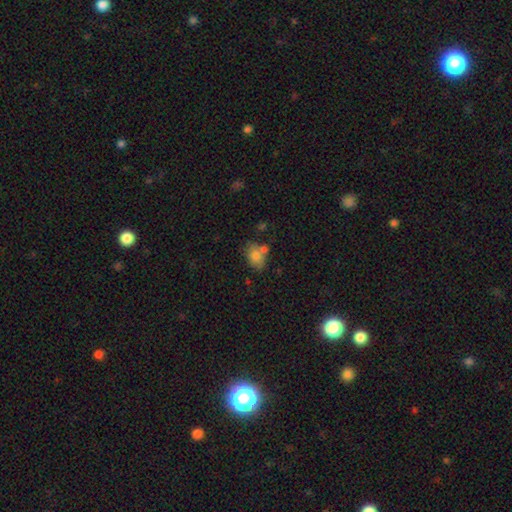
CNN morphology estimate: Smooth or featured? Predicted: smooth (p=0.77). How rounded? Predicted: in between (p=0.72). Merging? Predicted: none (p=0.53).